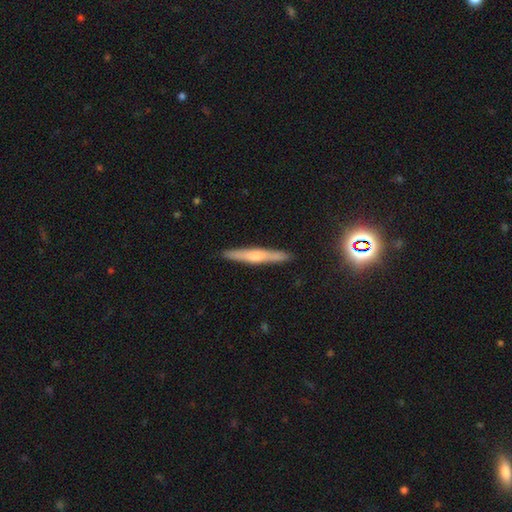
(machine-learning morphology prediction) Smooth or featured?
  - featured or disk: 53% *
  - smooth: 39%
  - star or artifact: 7%
Edge-on disk?
  - yes: 96% *
  - no: 4%
Edge-on bulge?
  - rounded: 66% *
  - none: 21%
  - boxy: 13%
Merging?
  - none: 90% *
  - minor disturbance: 7%
  - major disturbance: 1%
  - merger: 1%